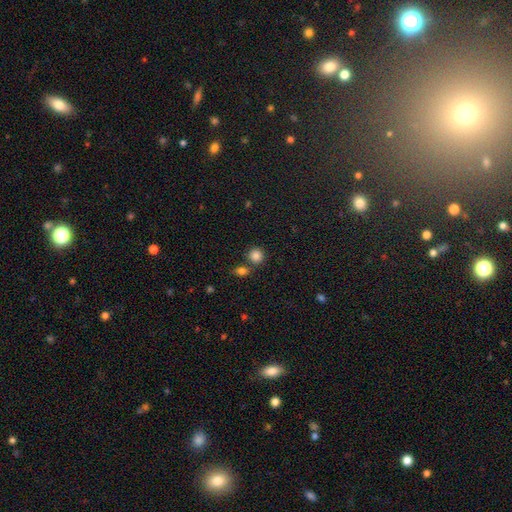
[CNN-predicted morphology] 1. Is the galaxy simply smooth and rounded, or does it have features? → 85% smooth, 10% star or artifact, 4% featured or disk.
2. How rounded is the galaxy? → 87% round, 11% in between, 1% cigar-shaped.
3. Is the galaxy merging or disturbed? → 70% none, 18% merger, 9% minor disturbance, 3% major disturbance.